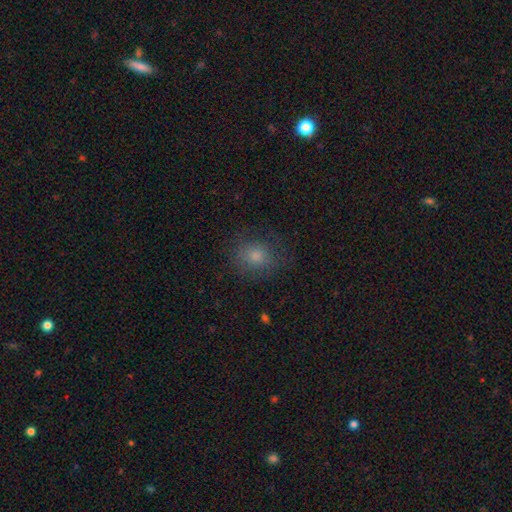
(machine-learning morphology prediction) Smooth or featured? Predicted: smooth (p=0.71). How rounded? Predicted: round (p=0.74). Merging? Predicted: none (p=0.76).